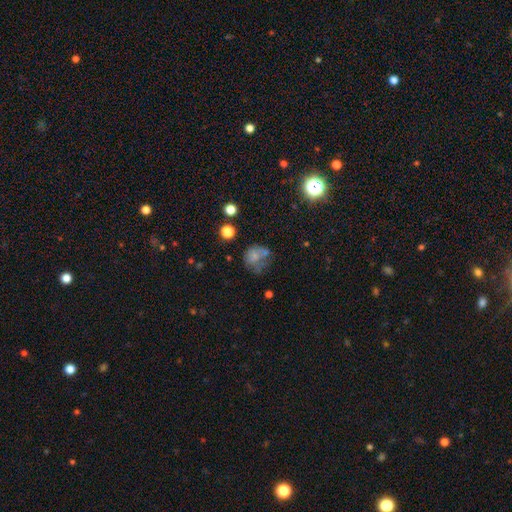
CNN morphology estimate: smooth 58%, featured or disk 26%, star or artifact 16%. Down the decision tree: how rounded — round (63%); merging — none (34%).